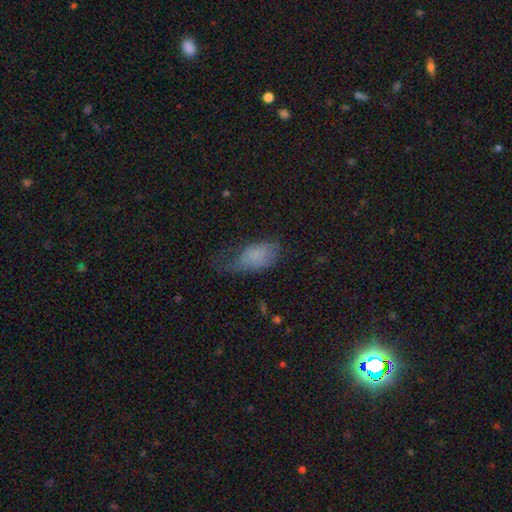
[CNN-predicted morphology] Smooth or featured? smooth (74%)
How rounded? in between (92%)
Merging? minor disturbance (36%)